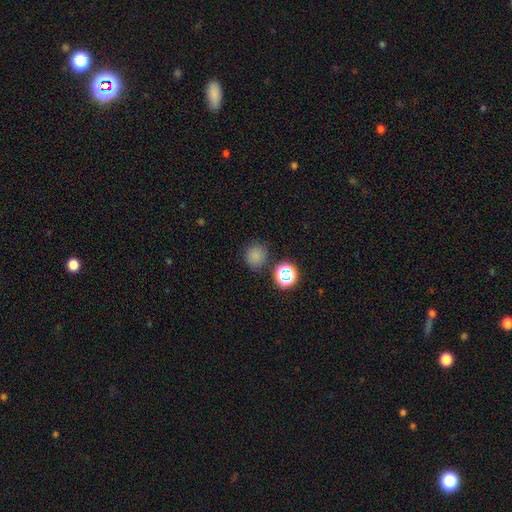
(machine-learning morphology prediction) smooth_or_featured: smooth (p=0.76) [alt: star or artifact p=0.19]
how_rounded: round (p=0.85) [alt: in between p=0.14]
merging: none (p=0.80) [alt: minor disturbance p=0.11]